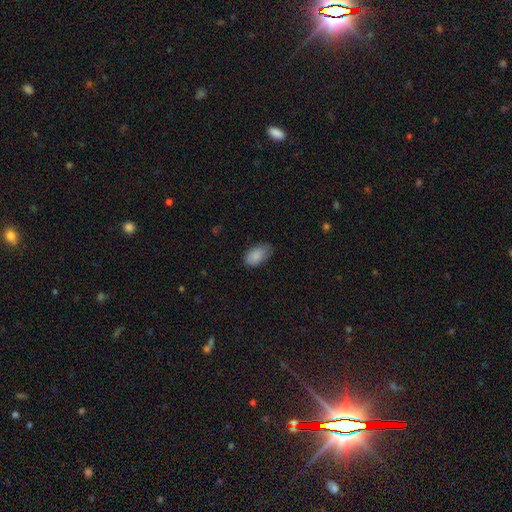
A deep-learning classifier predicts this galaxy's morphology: smooth-or-featured: smooth: 87% | star or artifact: 7% | featured or disk: 6%
  how-rounded: in between: 93% | round: 5% | cigar-shaped: 2%
  merging: none: 71% | minor disturbance: 24% | major disturbance: 4% | merger: 1%